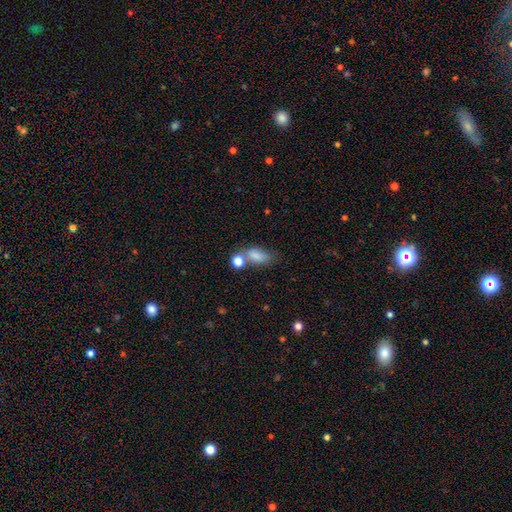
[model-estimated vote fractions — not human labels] Smooth or featured? Predicted: smooth (p=0.80). How rounded? Predicted: in between (p=0.81). Merging? Predicted: none (p=0.44).